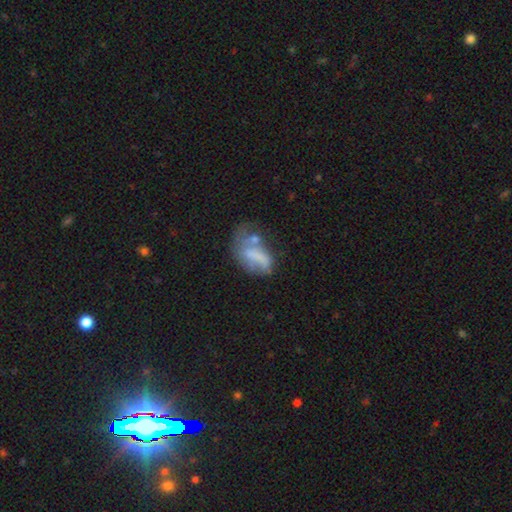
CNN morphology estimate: This appears to be a smooth galaxy with no disk features (51%) that is in between round and cigar-shaped (85%). Merging: major disturbance (34%).